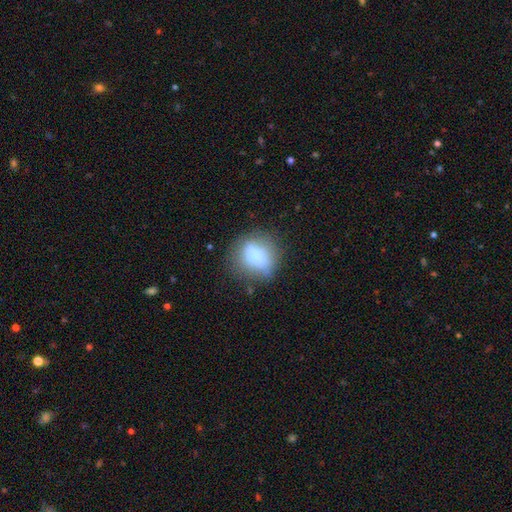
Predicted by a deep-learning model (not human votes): smooth 65%, featured or disk 24%, star or artifact 12%. Down the decision tree: how rounded — round (65%); merging — none (61%).